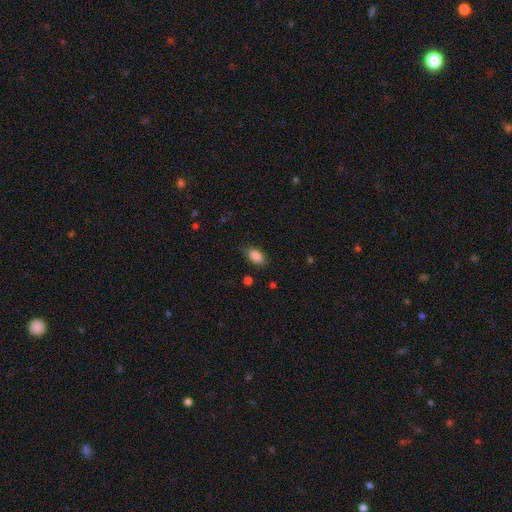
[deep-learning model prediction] This is clearly a smooth galaxy (87%). How rounded: clearly in between (91%). Merging: clearly none (81%).